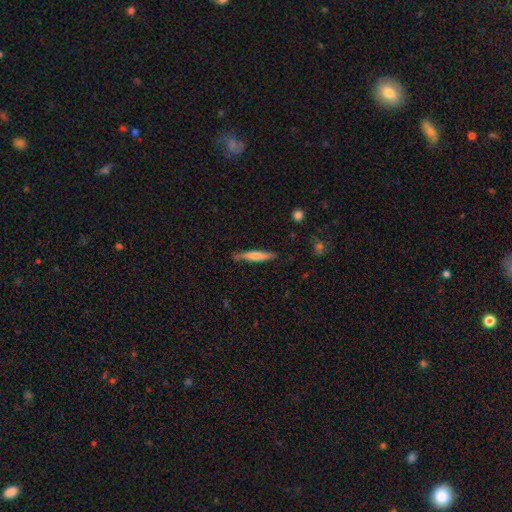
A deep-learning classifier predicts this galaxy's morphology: smooth 63%, featured or disk 31%, star or artifact 5%. Down the decision tree: how rounded — cigar-shaped (92%); merging — none (81%).